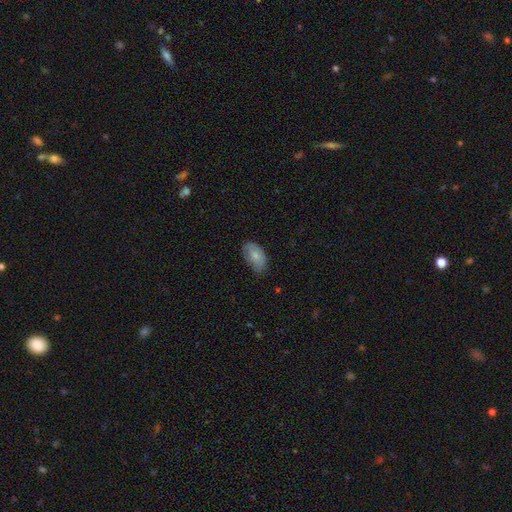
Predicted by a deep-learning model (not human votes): A smooth galaxy with no disk features (77%) that is in between round and cigar-shaped (93%). Merging: none (68%).